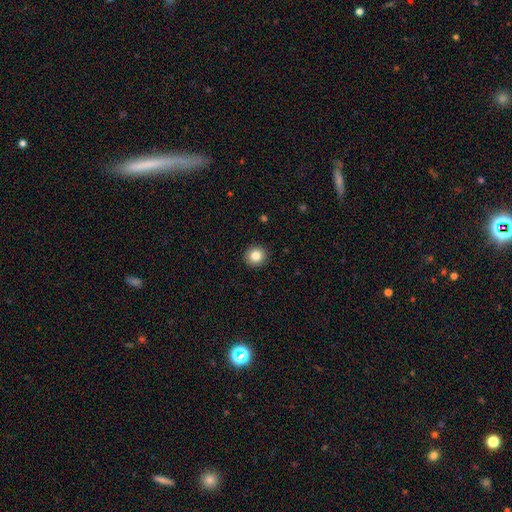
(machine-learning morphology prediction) A smooth galaxy with no disk features (84%) that is round (89%).

Vote fractions:
- Smooth or featured? smooth: 84% / star or artifact: 10% / featured or disk: 6%
- How rounded? round: 89% / in between: 10% / cigar-shaped: 1%
- Merging? none: 92% / minor disturbance: 5% / major disturbance: 2% / merger: 1%